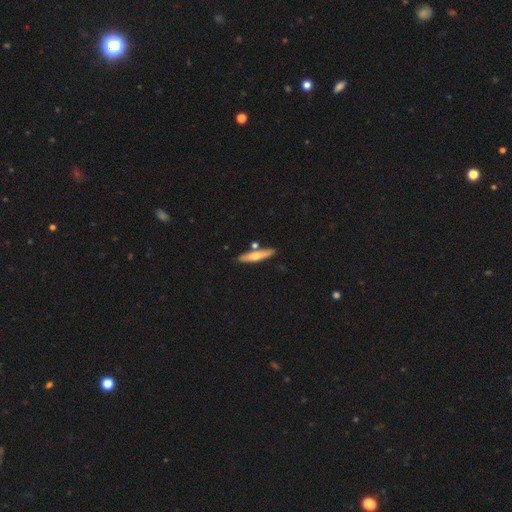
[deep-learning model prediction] Smooth or featured? Predicted: smooth (p=0.54). How rounded? Predicted: cigar-shaped (p=0.83). Merging? Predicted: none (p=0.79).